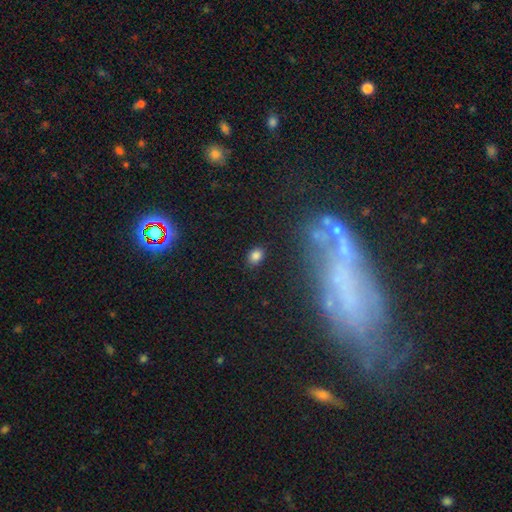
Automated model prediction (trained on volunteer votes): Morphology: type=smooth (82%); roundness=in between (60%); merging=none (86%).